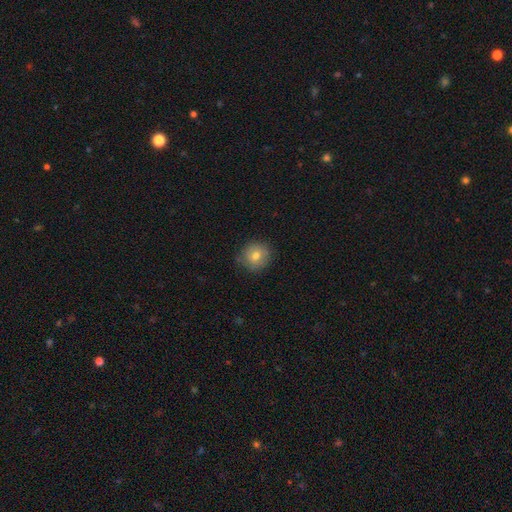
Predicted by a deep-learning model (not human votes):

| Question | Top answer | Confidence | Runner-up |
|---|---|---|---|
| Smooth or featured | smooth | 74% | featured or disk (16%) |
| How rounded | round | 90% | in between (9%) |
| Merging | none | 80% | minor disturbance (16%) |